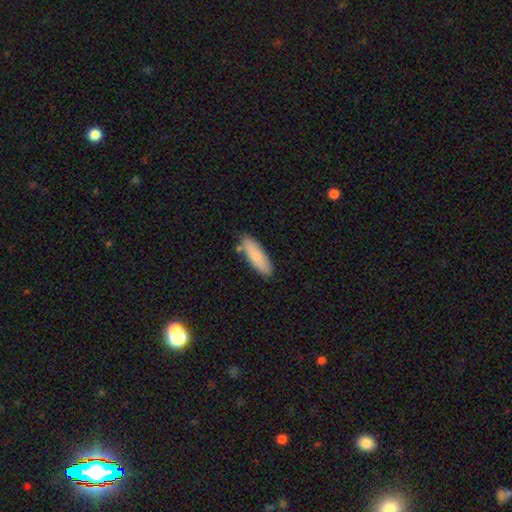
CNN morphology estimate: Q: Smooth or featured?
A: smooth (84%); runner-up: featured or disk (10%)
Q: How rounded?
A: in between (50%); runner-up: cigar-shaped (49%)
Q: Merging?
A: none (82%); runner-up: minor disturbance (13%)